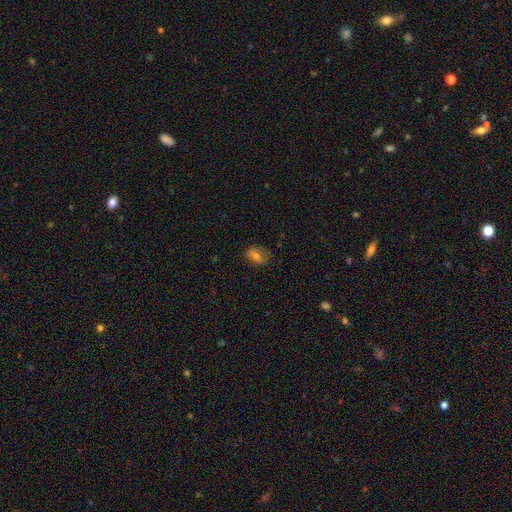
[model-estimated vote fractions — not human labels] smooth-or-featured: smooth: 62% | featured or disk: 23% | star or artifact: 15%
  how-rounded: in between: 67% | round: 30% | cigar-shaped: 2%
  merging: none: 75% | minor disturbance: 18% | major disturbance: 5% | merger: 1%